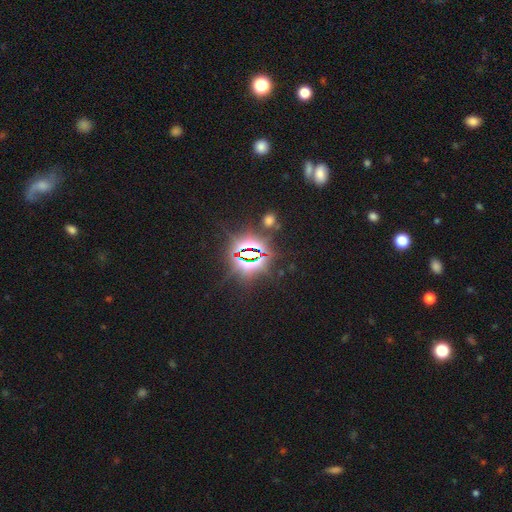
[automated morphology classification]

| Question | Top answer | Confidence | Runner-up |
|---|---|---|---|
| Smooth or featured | star or artifact | 83% | smooth (10%) |